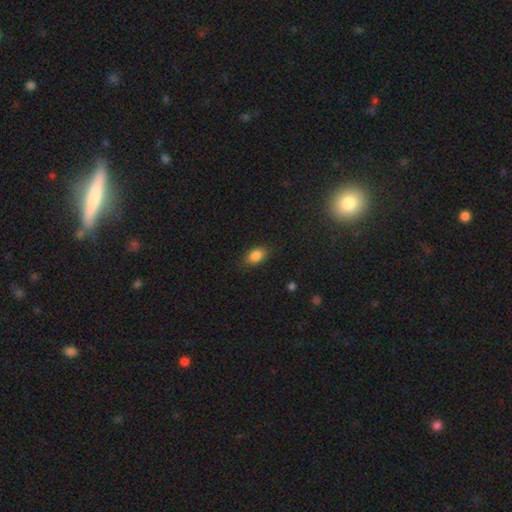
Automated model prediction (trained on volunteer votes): Smooth or featured: smooth — 85% (star or artifact — 9%)
How rounded: in between — 86% (round — 11%)
Merging: none — 84% (minor disturbance — 12%)